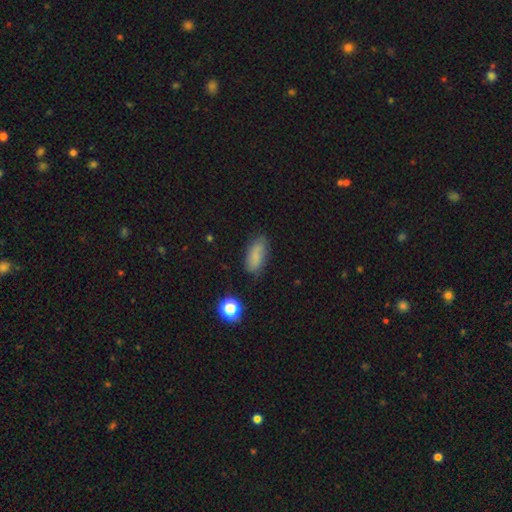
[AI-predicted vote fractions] Q: Smooth or featured?
A: smooth (76%); runner-up: featured or disk (13%)
Q: How rounded?
A: in between (83%); runner-up: cigar-shaped (13%)
Q: Merging?
A: none (72%); runner-up: minor disturbance (20%)